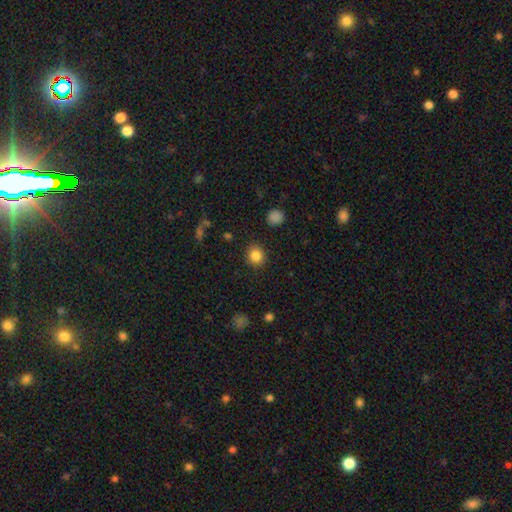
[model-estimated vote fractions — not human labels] Smooth or featured?
  - smooth: 84% *
  - star or artifact: 11%
  - featured or disk: 5%
How rounded?
  - round: 87% *
  - in between: 12%
  - cigar-shaped: 1%
Merging?
  - none: 89% *
  - minor disturbance: 7%
  - major disturbance: 2%
  - merger: 1%